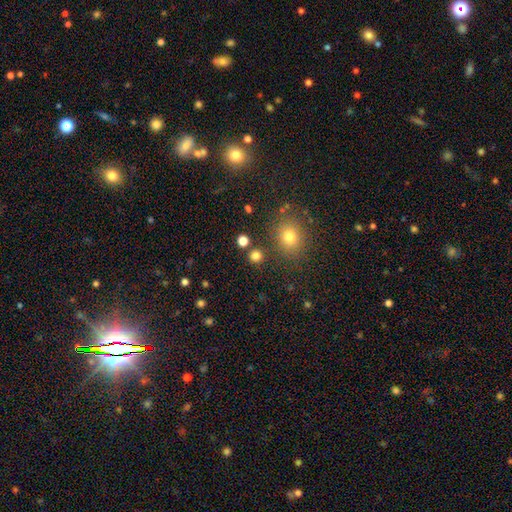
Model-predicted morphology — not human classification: A smooth galaxy with no disk features (79%) that is round (89%). Merging: none (83%).